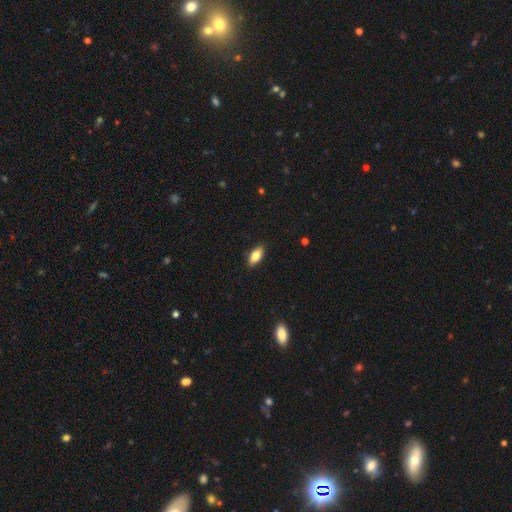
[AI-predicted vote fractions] smooth-or-featured: smooth: 77% | featured or disk: 16% | star or artifact: 7%
  how-rounded: in between: 86% | cigar-shaped: 11% | round: 3%
  merging: none: 89% | minor disturbance: 8% | major disturbance: 2% | merger: 1%